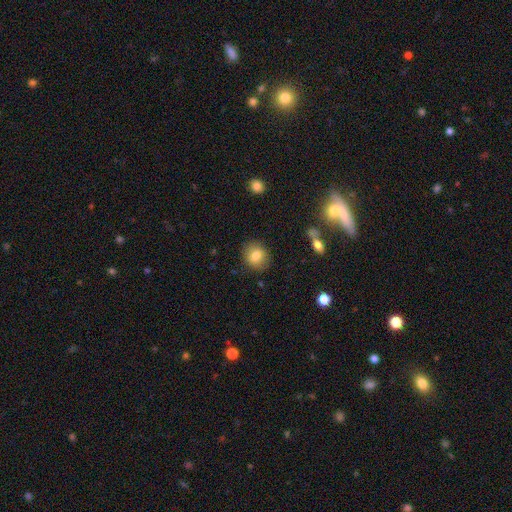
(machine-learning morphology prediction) Smooth or featured? smooth (81%)
How rounded? round (74%)
Merging? none (87%)